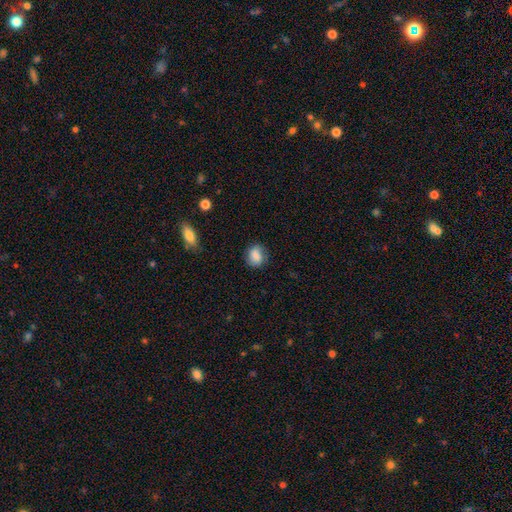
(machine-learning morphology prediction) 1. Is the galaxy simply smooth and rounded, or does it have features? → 80% smooth, 11% featured or disk, 9% star or artifact.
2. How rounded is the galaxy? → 59% round, 39% in between, 2% cigar-shaped.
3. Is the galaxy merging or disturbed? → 75% none, 19% minor disturbance, 5% major disturbance, 2% merger.